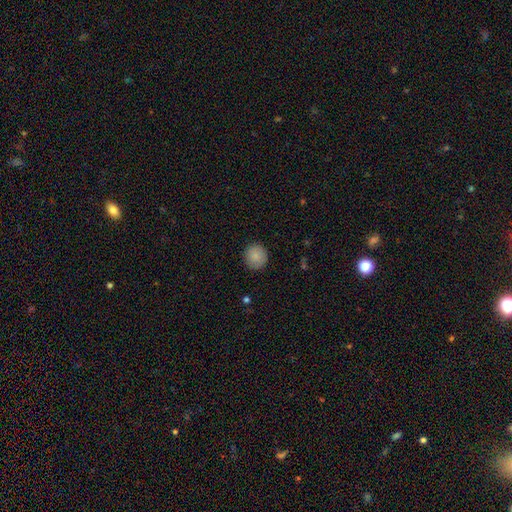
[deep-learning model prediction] smooth-or-featured: smooth: 86% | star or artifact: 8% | featured or disk: 6%
  how-rounded: round: 90% | in between: 9% | cigar-shaped: 1%
  merging: none: 89% | minor disturbance: 7% | major disturbance: 2% | merger: 1%